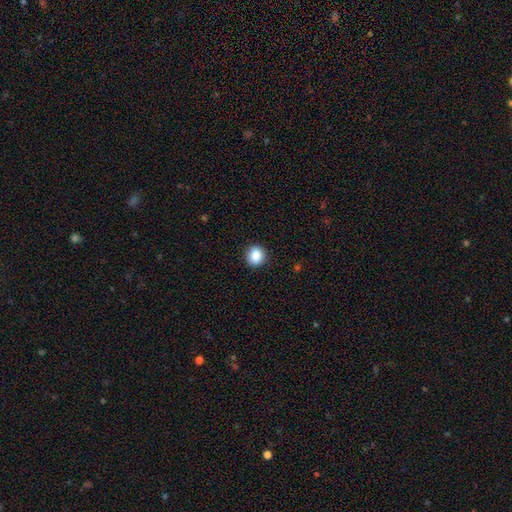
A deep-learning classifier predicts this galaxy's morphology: Smooth or featured? smooth (86%)
How rounded? round (87%)
Merging? none (91%)